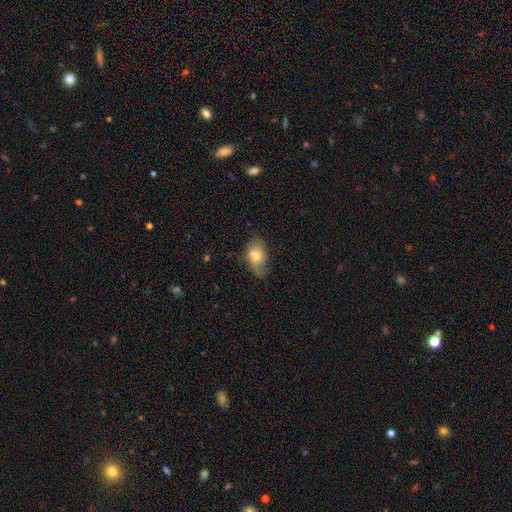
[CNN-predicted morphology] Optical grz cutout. It shows a smooth galaxy with no disk features (59%) that is in between round and cigar-shaped (87%). Merging: none (52%).